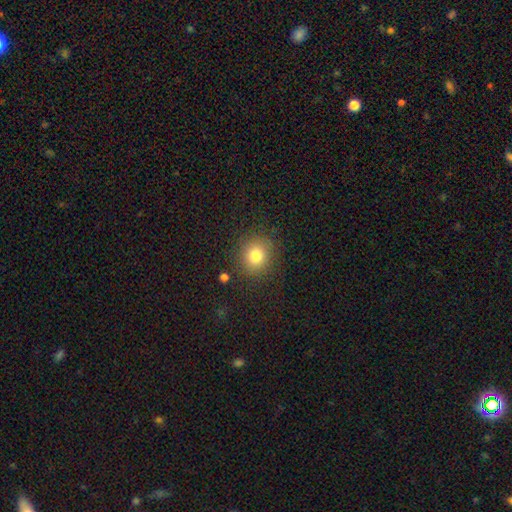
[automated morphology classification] This appears to be a smooth galaxy with no disk features (81%) that is round (83%). Merging: none (86%).